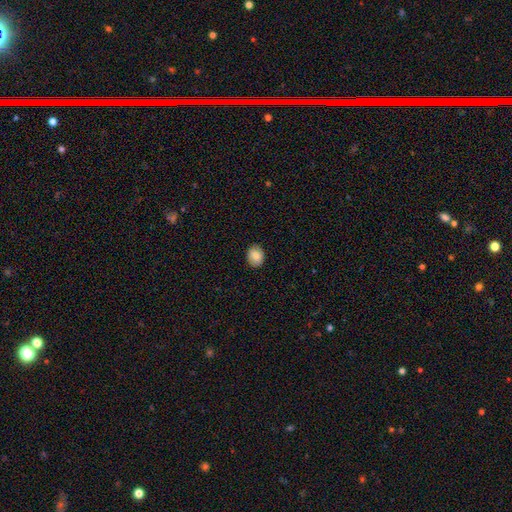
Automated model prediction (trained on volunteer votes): A smooth galaxy with no disk features (86%) that is round (55%). Merging: none (87%).